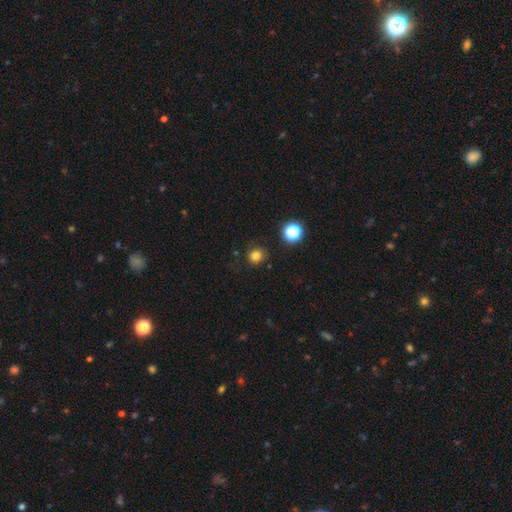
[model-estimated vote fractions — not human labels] Q: Smooth or featured?
A: smooth (80%); runner-up: star or artifact (15%)
Q: How rounded?
A: round (90%); runner-up: in between (9%)
Q: Merging?
A: none (86%); runner-up: minor disturbance (9%)